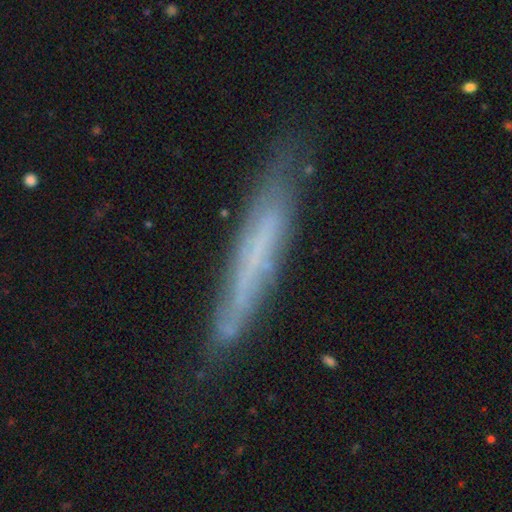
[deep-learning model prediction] Smooth or featured: featured or disk — 54% (smooth — 38%)
Edge-on disk: yes — 80% (no — 20%)
Merging: none — 72% (minor disturbance — 20%)